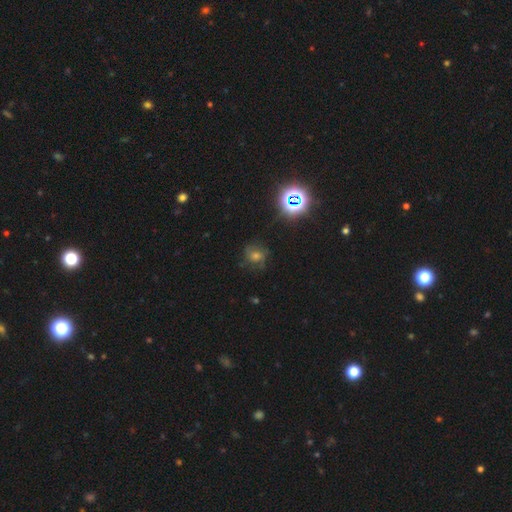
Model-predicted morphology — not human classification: smooth_or_featured: star or artifact (p=0.36) [alt: smooth p=0.34]